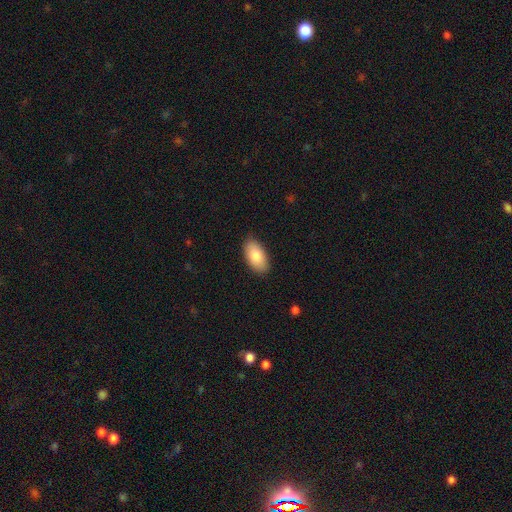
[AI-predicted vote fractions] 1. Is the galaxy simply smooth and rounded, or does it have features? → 85% smooth, 9% featured or disk, 6% star or artifact.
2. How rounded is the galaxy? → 94% in between, 3% cigar-shaped, 2% round.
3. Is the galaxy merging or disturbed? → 86% none, 10% minor disturbance, 2% major disturbance, 1% merger.